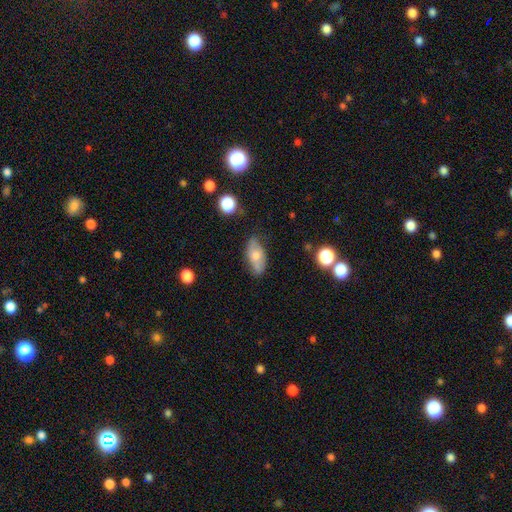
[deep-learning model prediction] Smooth or featured: smooth — 60% (featured or disk — 32%)
How rounded: in between — 88% (cigar-shaped — 8%)
Merging: none — 73% (minor disturbance — 20%)